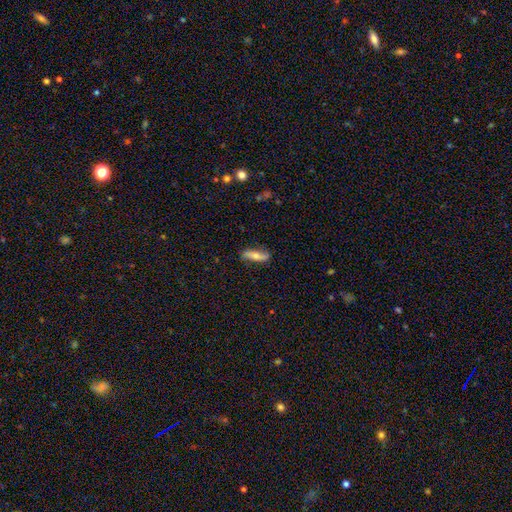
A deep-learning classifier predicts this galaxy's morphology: A smooth galaxy with no disk features (53%) that is cigar-shaped (53%). Merging: none (81%).